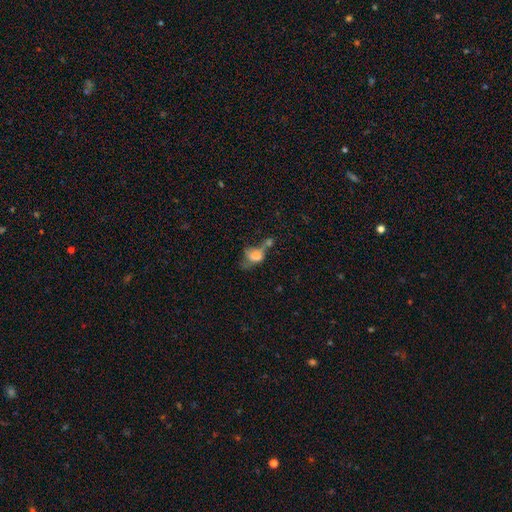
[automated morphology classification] The model was most divided on "merging": merger: 35%, major disturbance: 28%, none: 21%, minor disturbance: 16%. More confident: how rounded — in between (68%); smooth or featured — smooth (57%).